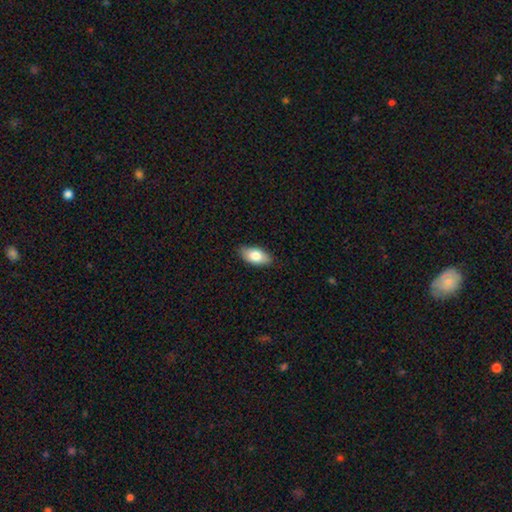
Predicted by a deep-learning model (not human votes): A smooth galaxy with no disk features (80%) that is in between round and cigar-shaped (92%). Merging: none (84%).